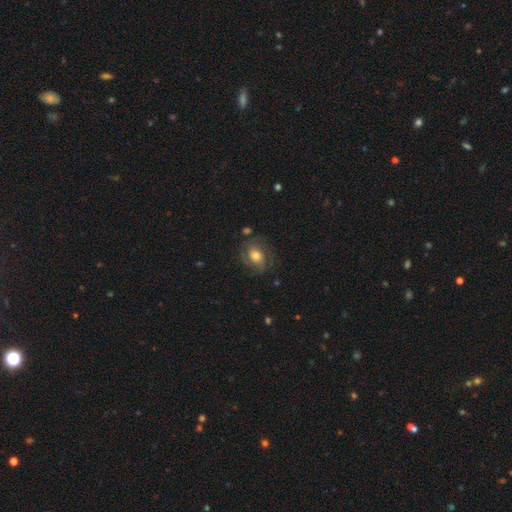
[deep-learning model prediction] smooth_or_featured: featured or disk (p=0.56) [alt: smooth p=0.35]
disk_edge_on: no (p=0.97) [alt: yes p=0.03]
bar: no (p=0.73) [alt: weak p=0.22]
has_spiral_arms: yes (p=0.81) [alt: no p=0.19]
bulge_size: moderate (p=0.61) [alt: large p=0.24]
merging: none (p=0.69) [alt: minor disturbance p=0.18]